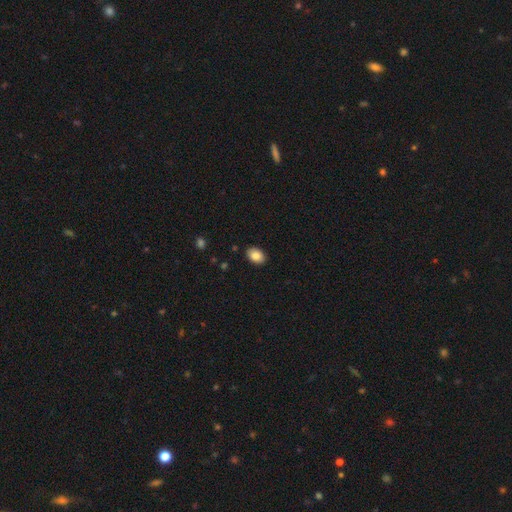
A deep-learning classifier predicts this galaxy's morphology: A smooth galaxy with no disk features (85%) that is in between round and cigar-shaped (83%). Merging: none (88%).